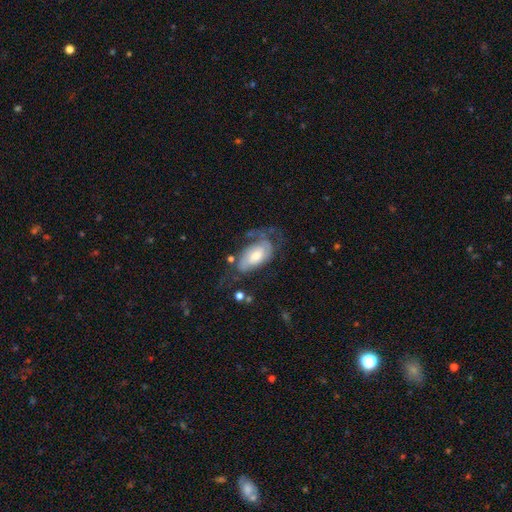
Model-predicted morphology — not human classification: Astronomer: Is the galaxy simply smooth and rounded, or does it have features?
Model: featured or disk — 64%.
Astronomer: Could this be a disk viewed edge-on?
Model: no — 94%.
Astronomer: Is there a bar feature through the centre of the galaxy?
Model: no — 61%.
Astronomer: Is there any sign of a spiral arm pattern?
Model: yes — 82%.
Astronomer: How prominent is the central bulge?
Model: moderate — 54%.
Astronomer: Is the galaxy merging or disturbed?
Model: none — 39% (runner-up: major disturbance, 32%).